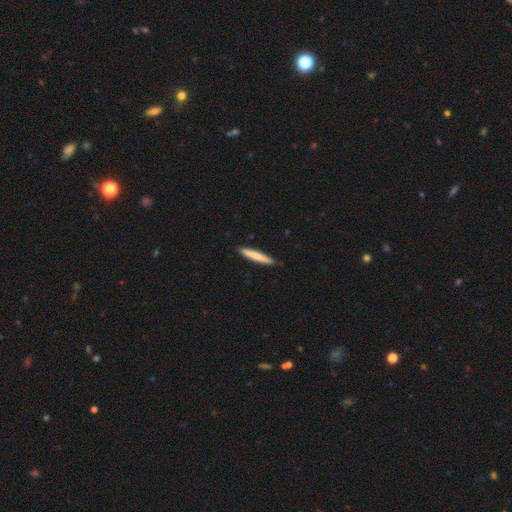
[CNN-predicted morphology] Smooth or featured? Predicted: smooth (p=0.77). How rounded? Predicted: cigar-shaped (p=0.94). Merging? Predicted: none (p=0.89).